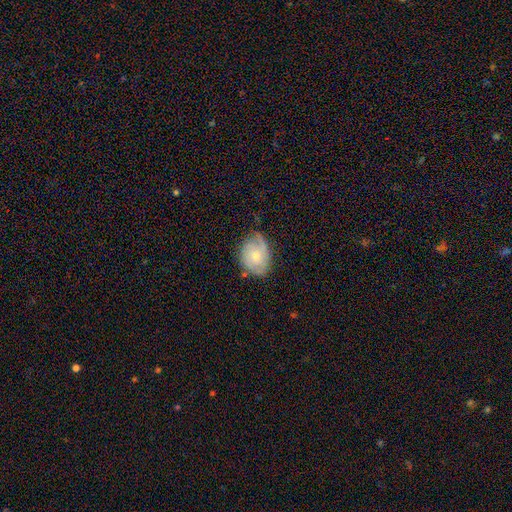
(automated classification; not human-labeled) Smooth or featured: featured or disk — 65% (smooth — 29%)
Edge-on disk: no — 97% (yes — 3%)
Bar: no — 76% (weak — 21%)
Spiral arms: yes — 89% (no — 11%)
Spiral winding: tight — 53% (medium — 34%)
Spiral arm count: 2 — 32% (can't tell — 30%)
Bulge size: small — 50% (moderate — 46%)
Merging: none — 64% (minor disturbance — 27%)